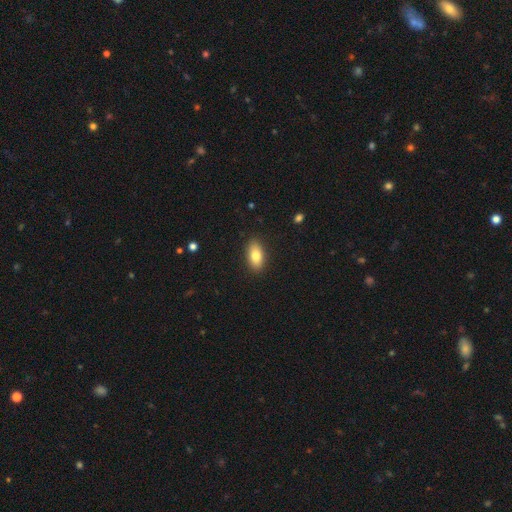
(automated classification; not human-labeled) A smooth galaxy with no disk features (80%) that is in between round and cigar-shaped (89%). Merging: none (88%).